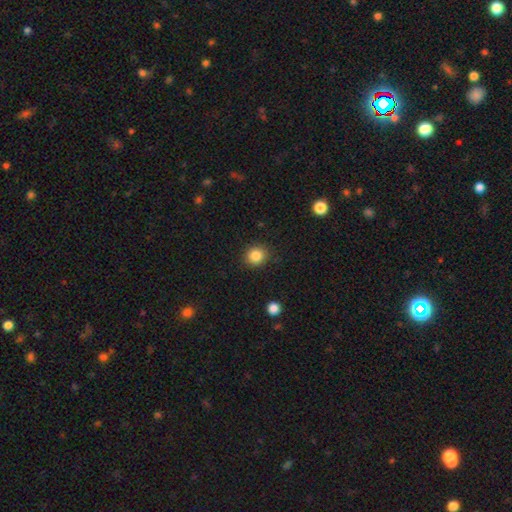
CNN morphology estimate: Smooth or featured? Predicted: smooth (p=0.84). How rounded? Predicted: round (p=0.82). Merging? Predicted: none (p=0.89).